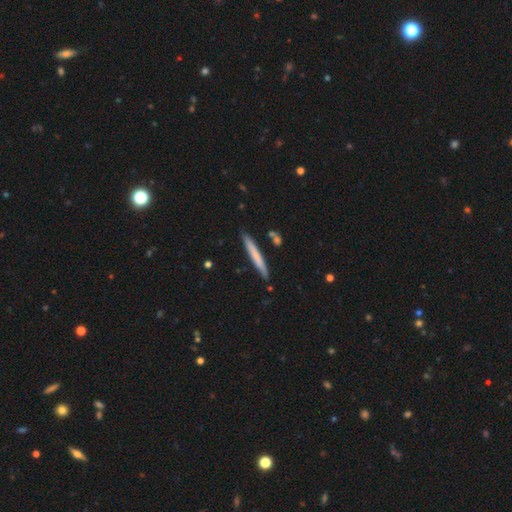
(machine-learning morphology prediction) Smooth or featured? Predicted: smooth (p=0.68). How rounded? Predicted: cigar-shaped (p=0.96). Merging? Predicted: none (p=0.88).